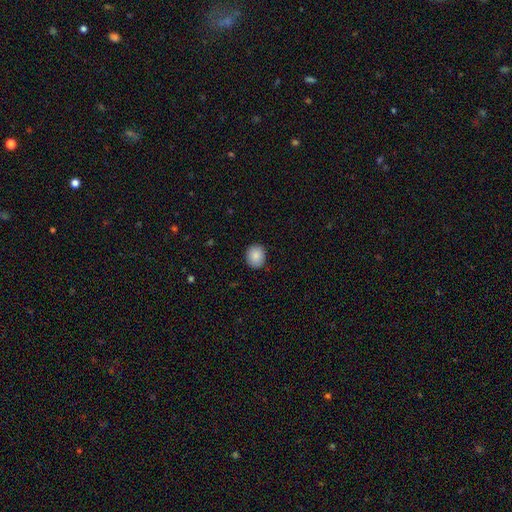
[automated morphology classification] Smooth or featured?
  - smooth: 87% *
  - star or artifact: 8%
  - featured or disk: 5%
How rounded?
  - round: 73% *
  - in between: 26%
  - cigar-shaped: 1%
Merging?
  - none: 88% *
  - minor disturbance: 9%
  - major disturbance: 2%
  - merger: 1%